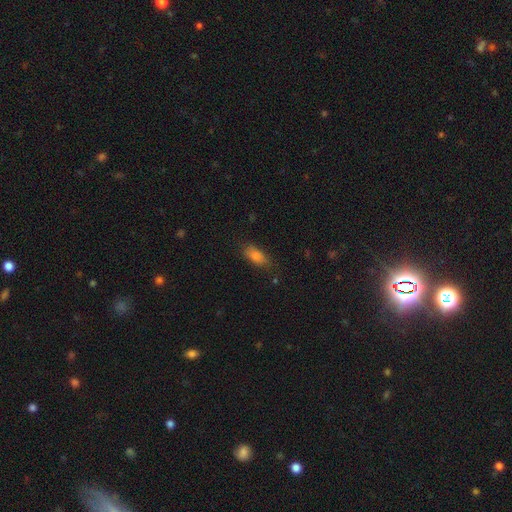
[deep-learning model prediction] A smooth galaxy with no disk features (81%) that is in between round and cigar-shaped (83%).

Vote fractions:
- Smooth or featured? smooth: 81% / star or artifact: 10% / featured or disk: 9%
- How rounded? in between: 83% / cigar-shaped: 12% / round: 4%
- Merging? none: 75% / minor disturbance: 18% / major disturbance: 5% / merger: 2%